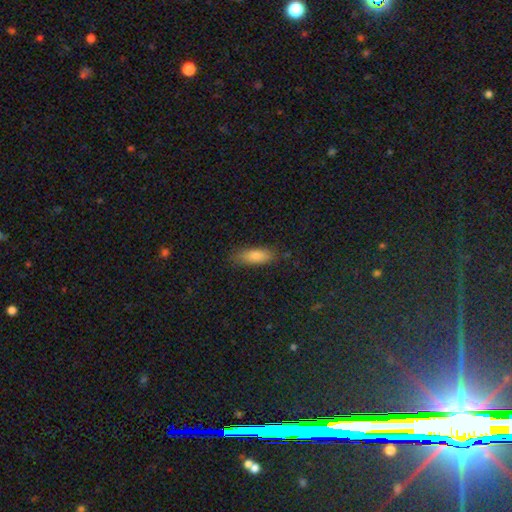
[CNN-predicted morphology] Smooth or featured: smooth — 81% (featured or disk — 10%)
How rounded: in between — 63% (cigar-shaped — 35%)
Merging: none — 82% (minor disturbance — 14%)